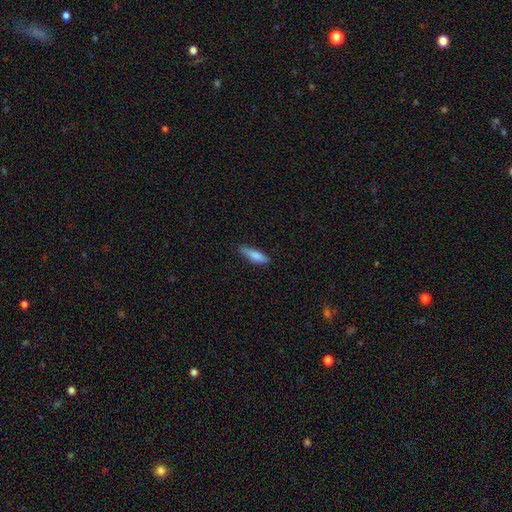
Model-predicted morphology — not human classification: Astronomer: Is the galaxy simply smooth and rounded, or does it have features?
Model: smooth — 82%.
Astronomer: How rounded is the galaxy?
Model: cigar-shaped — 60% (runner-up: in between, 38%).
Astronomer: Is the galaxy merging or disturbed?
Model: none — 78%.